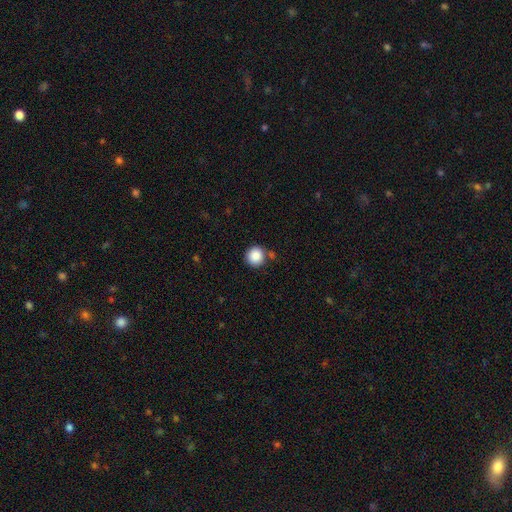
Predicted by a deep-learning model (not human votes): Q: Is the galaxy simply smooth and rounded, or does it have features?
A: smooth — 87%.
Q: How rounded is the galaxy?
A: round — 95%.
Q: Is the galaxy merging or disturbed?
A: none — 79%.